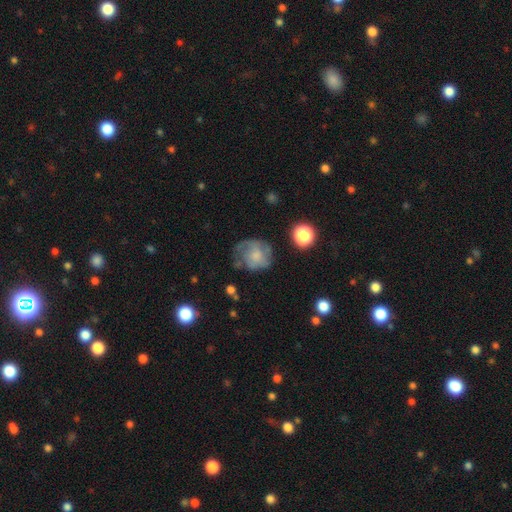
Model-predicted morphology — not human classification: type=smooth (49%); merging=none (45%).